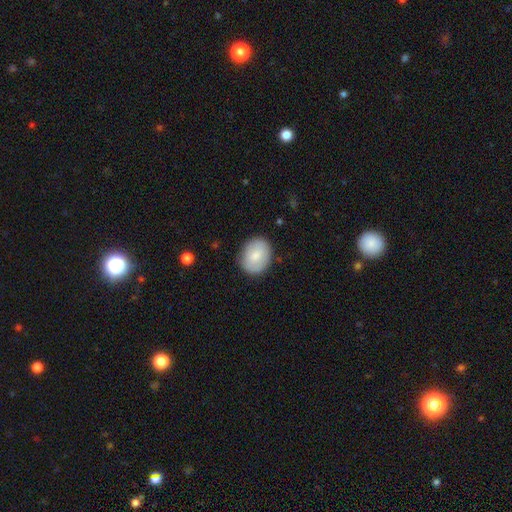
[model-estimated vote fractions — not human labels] Morphology: type=smooth (78%); roundness=in between (51%); merging=none (80%).